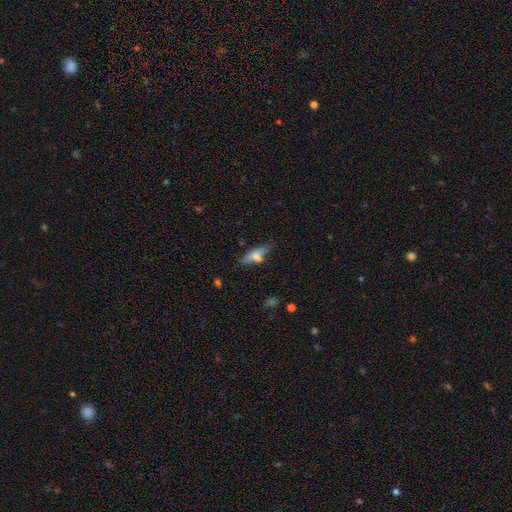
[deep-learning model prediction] Smooth or featured? smooth (54%)
How rounded? in between (55%)
Merging? none (62%)